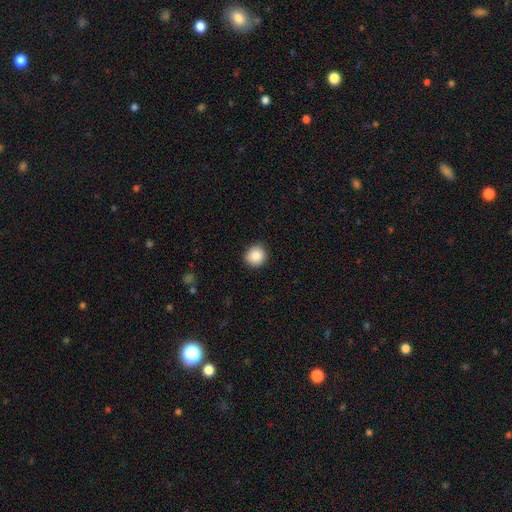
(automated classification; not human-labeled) This appears to be a smooth galaxy with no disk features (88%) that is round (91%). Merging: none (90%).